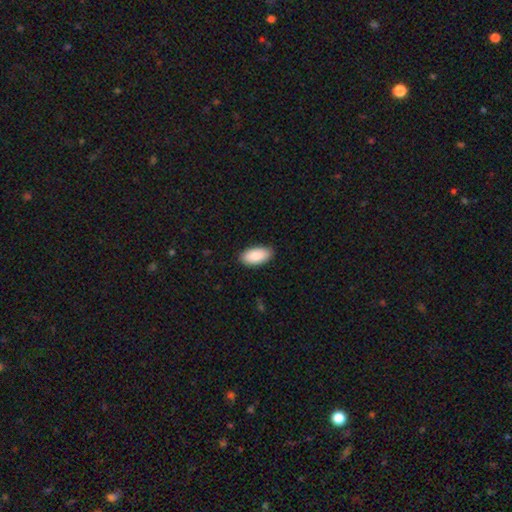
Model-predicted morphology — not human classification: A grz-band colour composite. It shows a smooth galaxy with no disk features (88%) that is in between round and cigar-shaped (95%). Merging: none (87%).